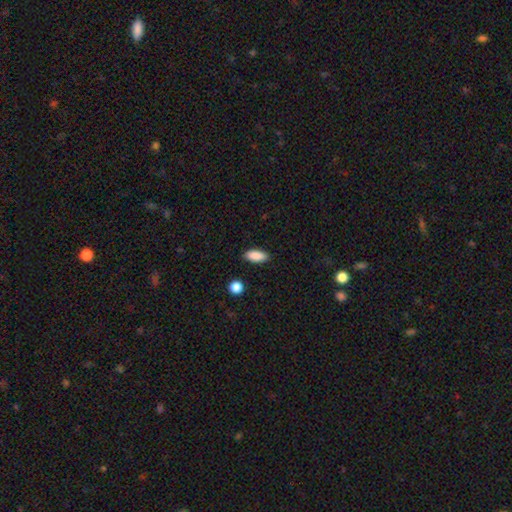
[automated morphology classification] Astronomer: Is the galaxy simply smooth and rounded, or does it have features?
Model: smooth — 89%.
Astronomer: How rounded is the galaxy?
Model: in between — 83%.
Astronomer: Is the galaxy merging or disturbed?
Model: none — 88%.